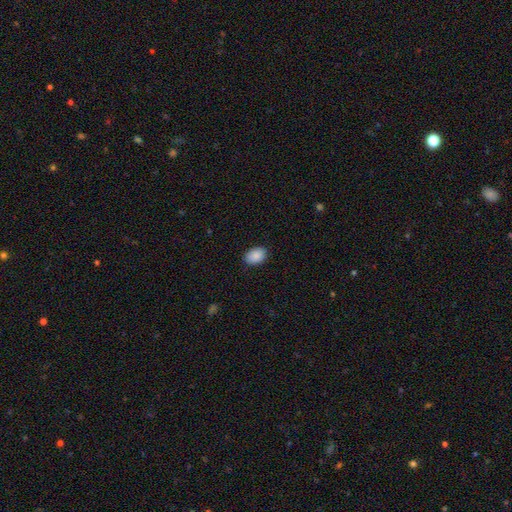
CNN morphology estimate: Overall: smooth (89%). How rounded: in between (83%). Merging: none (87%).